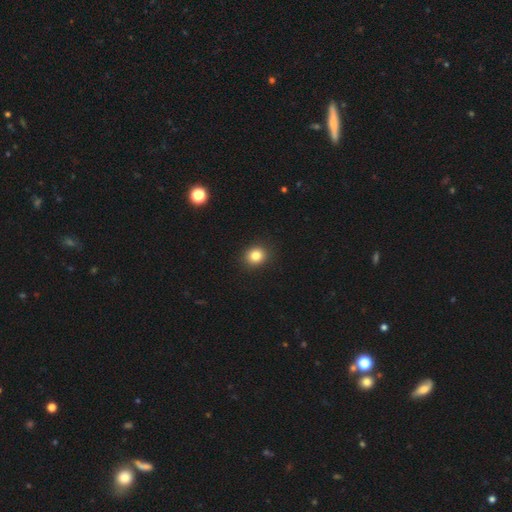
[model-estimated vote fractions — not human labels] This is clearly a smooth galaxy (83%). How rounded: likely round (79%). Merging: clearly none (91%).